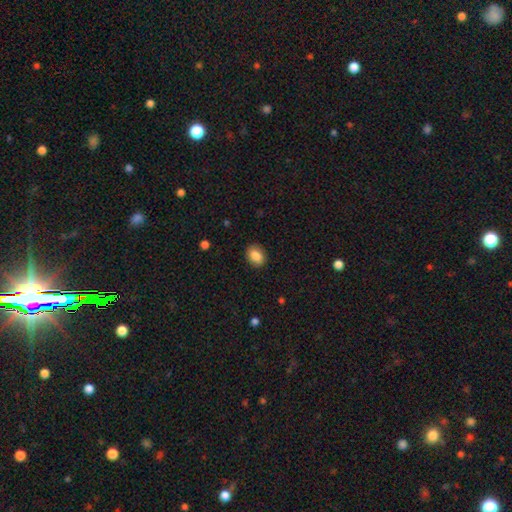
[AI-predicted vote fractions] smooth-or-featured: smooth: 86% | star or artifact: 8% | featured or disk: 5%
  how-rounded: in between: 64% | round: 35% | cigar-shaped: 1%
  merging: none: 88% | minor disturbance: 8% | major disturbance: 2% | merger: 1%